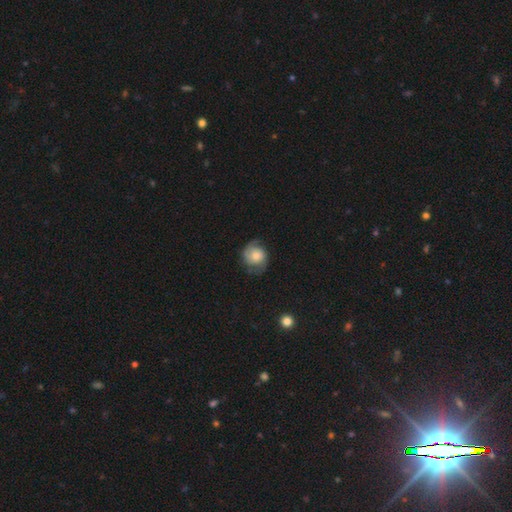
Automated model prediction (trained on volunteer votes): Smooth or featured? Predicted: featured or disk (p=0.54). Edge-on disk? Predicted: no (p=0.97). Bar? Predicted: no (p=0.76). Spiral arms? Predicted: yes (p=0.88). Bulge size? Predicted: moderate (p=0.47). Merging? Predicted: none (p=0.63).